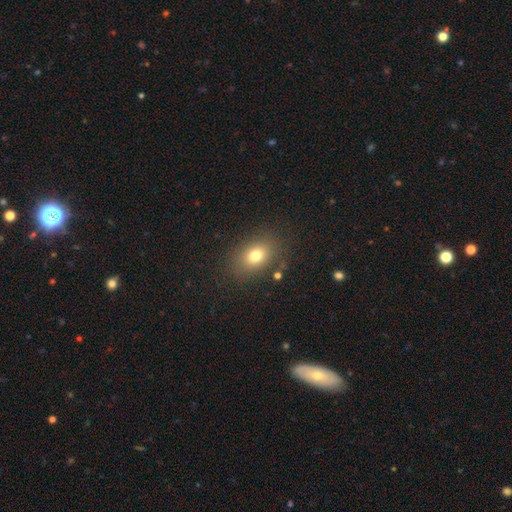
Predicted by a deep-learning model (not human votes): Smooth or featured?
  - smooth: 77% *
  - star or artifact: 12%
  - featured or disk: 11%
How rounded?
  - in between: 71% *
  - round: 28%
  - cigar-shaped: 1%
Merging?
  - none: 82% *
  - minor disturbance: 11%
  - major disturbance: 5%
  - merger: 2%